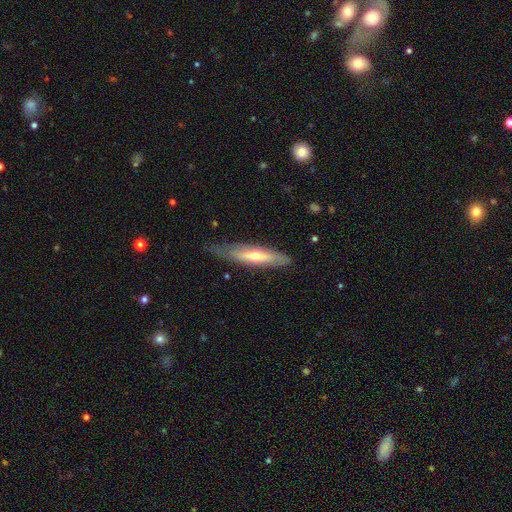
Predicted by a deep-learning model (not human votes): This is possibly a featured or disk galaxy (54%). It is likely viewed edge-on (72%). Merging: likely none (69%).